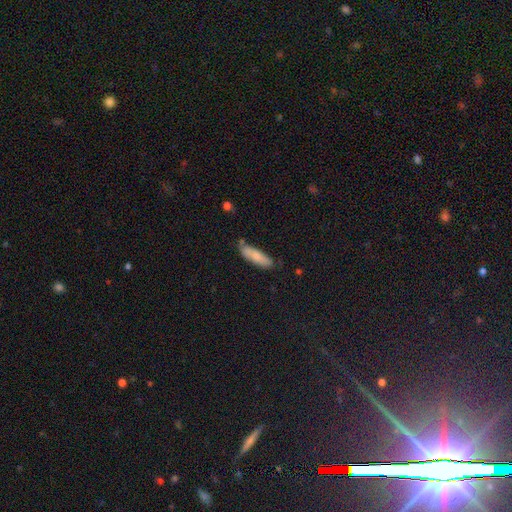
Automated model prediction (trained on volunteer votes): This is likely a smooth galaxy (78%). How rounded: possibly cigar-shaped (57%). Merging: likely none (73%).